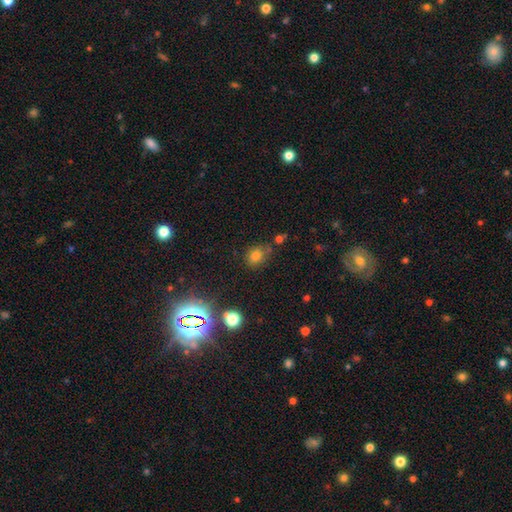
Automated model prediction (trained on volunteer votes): Smooth or featured? smooth (73%)
How rounded? round (60%)
Merging? none (65%)